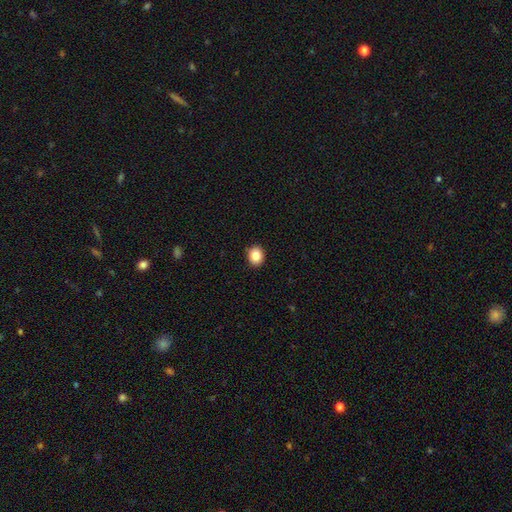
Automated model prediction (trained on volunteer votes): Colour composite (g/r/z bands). It shows a smooth galaxy with no disk features (85%) that is round (67%). Merging: none (92%).